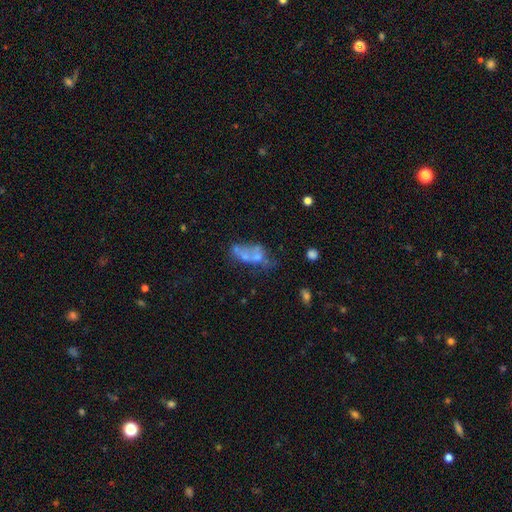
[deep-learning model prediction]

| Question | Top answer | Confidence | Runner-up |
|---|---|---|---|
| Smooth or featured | featured or disk | 41% | smooth (39%) |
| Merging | merger | 38% | none (28%) |